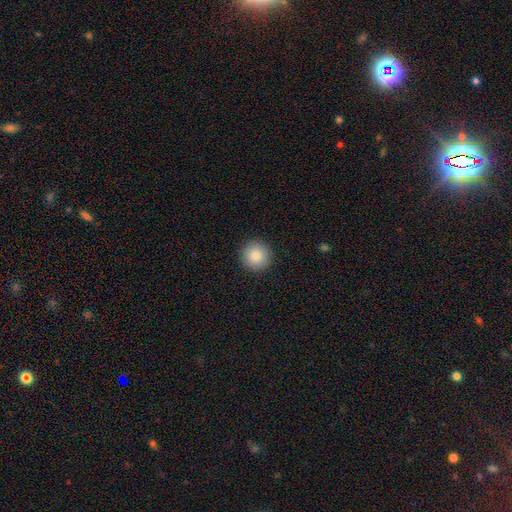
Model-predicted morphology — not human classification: A smooth galaxy with no disk features (86%) that is round (95%).

Vote fractions:
- Smooth or featured? smooth: 86% / star or artifact: 8% / featured or disk: 5%
- How rounded? round: 95% / in between: 4% / cigar-shaped: 1%
- Merging? none: 92% / minor disturbance: 5% / major disturbance: 2% / merger: 1%